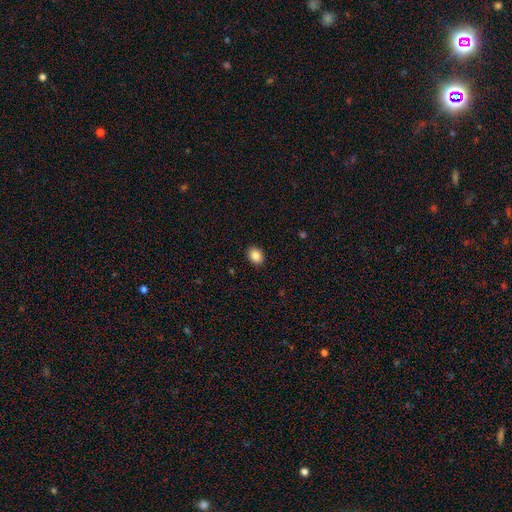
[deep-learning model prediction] This is clearly a smooth galaxy (86%). How rounded: possibly in between (51%). Merging: clearly none (90%).